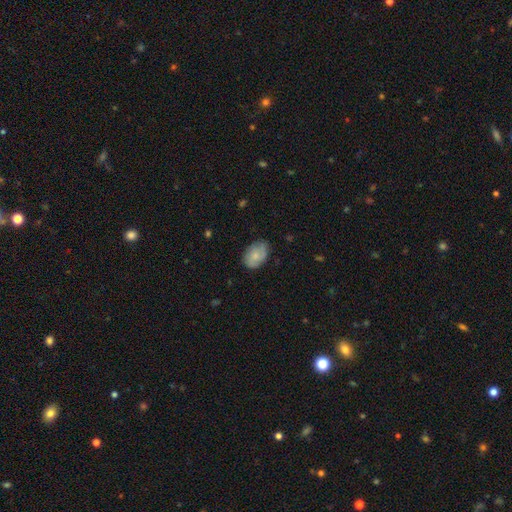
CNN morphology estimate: Overall: smooth (71%). How rounded: in between (84%). Merging: none (74%).